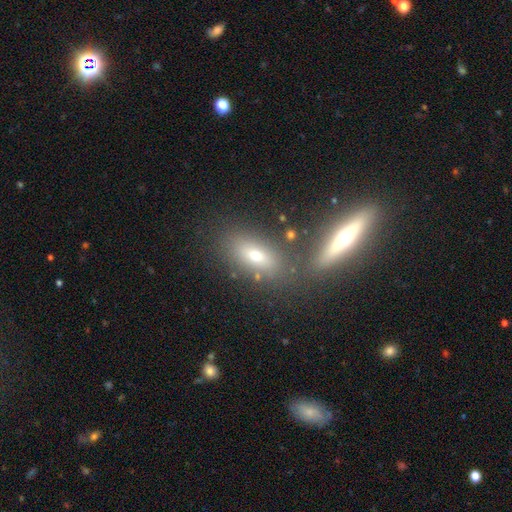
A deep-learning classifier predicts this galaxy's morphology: A smooth galaxy with no disk features (68%) that is in between round and cigar-shaped (77%). Merging: none (69%).